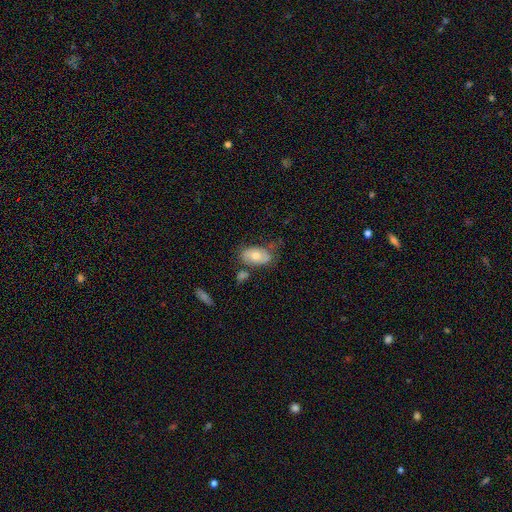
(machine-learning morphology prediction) Smooth or featured? Predicted: smooth (p=0.63). How rounded? Predicted: in between (p=0.91). Merging? Predicted: none (p=0.58).